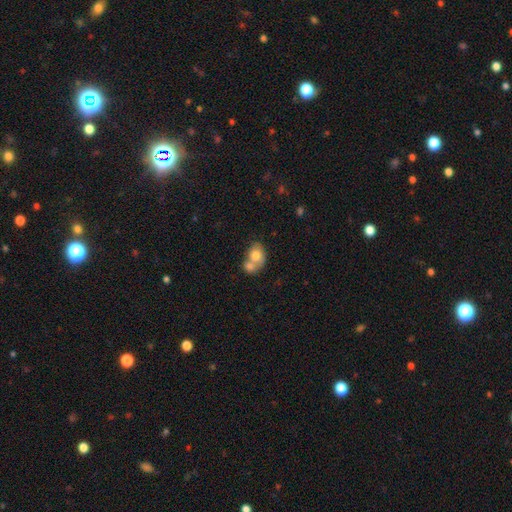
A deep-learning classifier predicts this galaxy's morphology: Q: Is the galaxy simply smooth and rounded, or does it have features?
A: smooth — 71%.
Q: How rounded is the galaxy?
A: in between — 59%.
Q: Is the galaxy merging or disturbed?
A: merger — 65%.